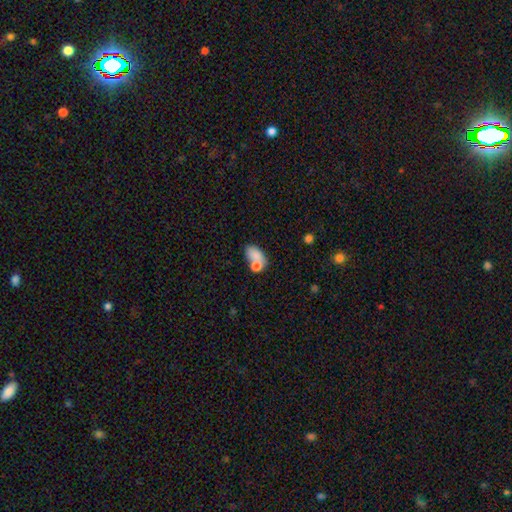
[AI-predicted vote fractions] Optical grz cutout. It shows a smooth galaxy with no disk features (78%) that is in between round and cigar-shaped (86%). Merging: none (40%).